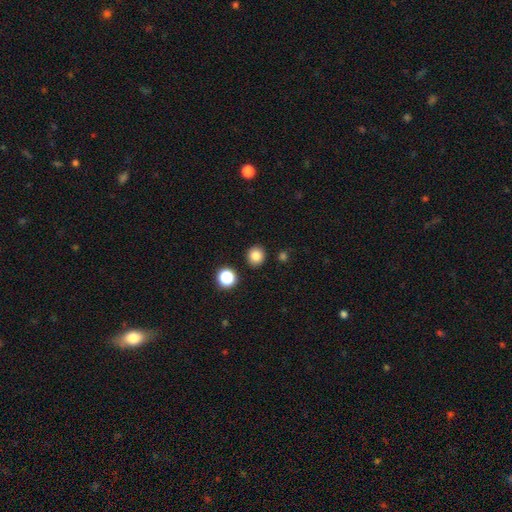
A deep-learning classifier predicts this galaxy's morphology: This appears to be a smooth galaxy with no disk features (84%) that is round (87%). Merging: none (89%).